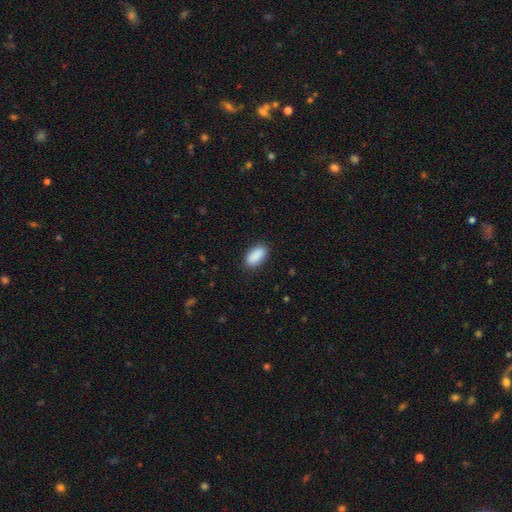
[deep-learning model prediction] The model was most divided on "merging": none: 88%, minor disturbance: 9%, major disturbance: 2%, merger: 1%. More confident: how rounded — in between (94%); smooth or featured — smooth (91%).